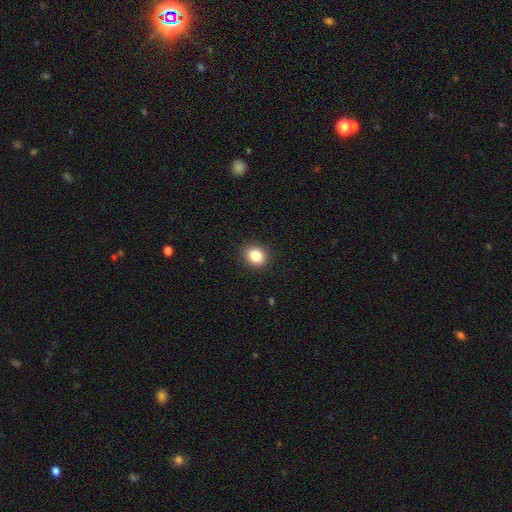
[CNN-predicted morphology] A smooth galaxy with no disk features (85%) that is round (62%). Merging: none (89%).